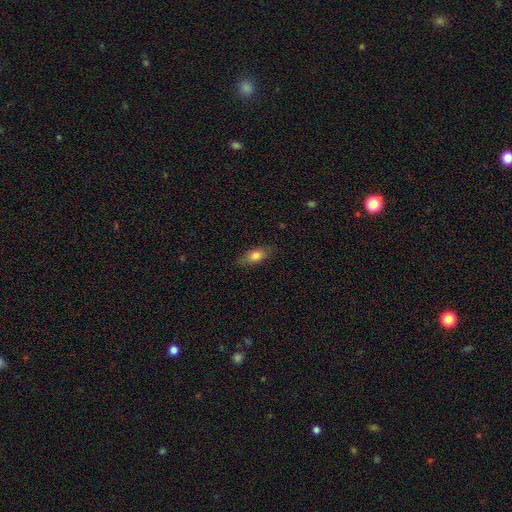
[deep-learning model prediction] smooth_or_featured: smooth (p=0.78) [alt: featured or disk p=0.14]
how_rounded: in between (p=0.81) [alt: cigar-shaped p=0.14]
merging: none (p=0.80) [alt: minor disturbance p=0.16]